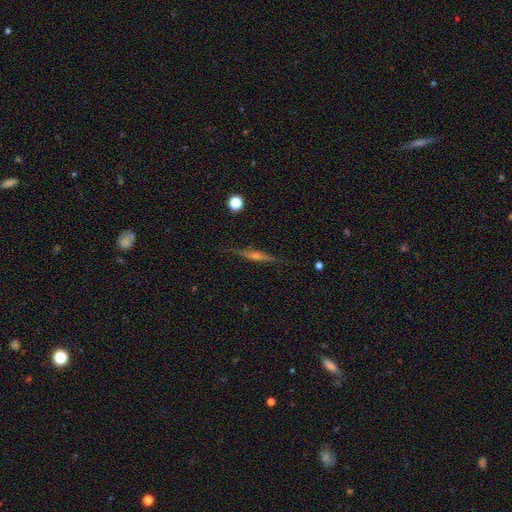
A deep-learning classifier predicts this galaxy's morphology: smooth_or_featured: featured or disk (p=0.69) [alt: smooth p=0.22]
disk_edge_on: yes (p=0.97) [alt: no p=0.03]
edge_on_bulge: rounded (p=0.67) [alt: none p=0.21]
merging: none (p=0.86) [alt: minor disturbance p=0.10]